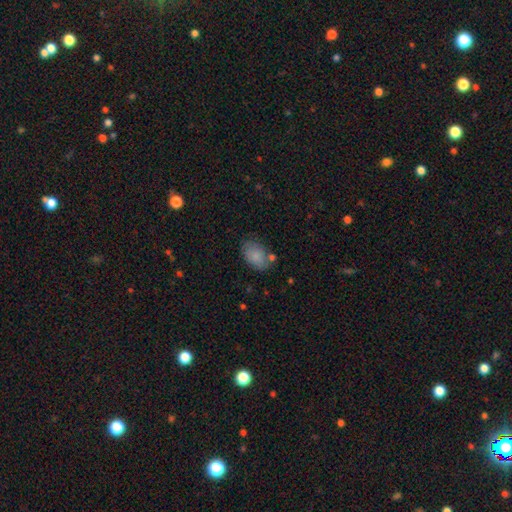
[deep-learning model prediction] A smooth galaxy with no disk features (84%) that is in between round and cigar-shaped (87%). Merging: none (67%).